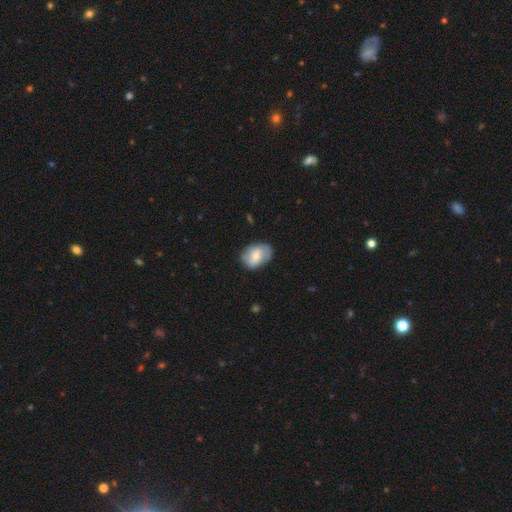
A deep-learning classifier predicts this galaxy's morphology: Q: Smooth or featured?
A: smooth (61%); runner-up: featured or disk (32%)
Q: How rounded?
A: in between (76%); runner-up: round (22%)
Q: Merging?
A: none (74%); runner-up: minor disturbance (20%)